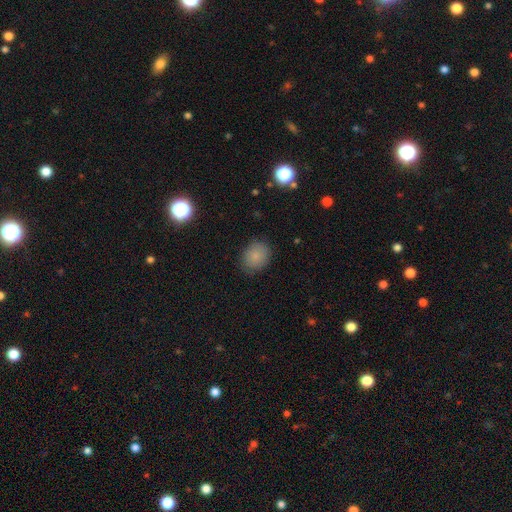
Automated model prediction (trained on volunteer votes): A smooth galaxy with no disk features (83%) that is round (52%).

Vote fractions:
- Smooth or featured? smooth: 83% / star or artifact: 10% / featured or disk: 8%
- How rounded? round: 52% / in between: 48% / cigar-shaped: 1%
- Merging? none: 80% / minor disturbance: 15% / major disturbance: 4% / merger: 1%